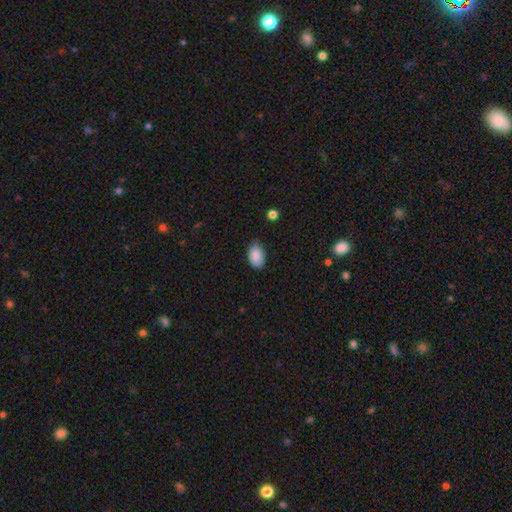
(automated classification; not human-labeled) smooth 89%, star or artifact 7%, featured or disk 4%. Down the decision tree: how rounded — in between (91%); merging — none (75%).